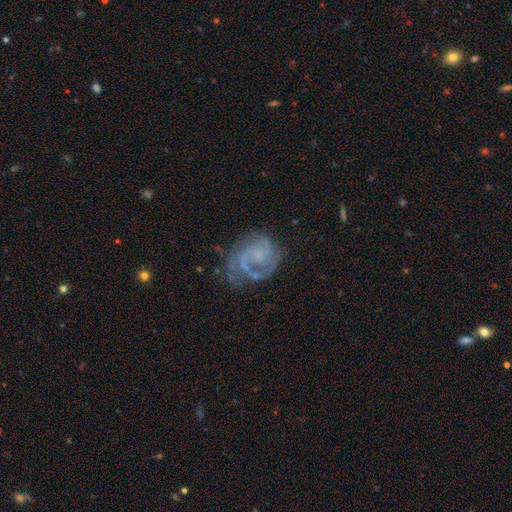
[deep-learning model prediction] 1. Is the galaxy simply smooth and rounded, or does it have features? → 77% featured or disk, 14% smooth, 9% star or artifact.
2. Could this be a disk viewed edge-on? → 98% no, 2% yes.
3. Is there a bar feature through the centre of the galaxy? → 64% no, 30% weak, 6% strong.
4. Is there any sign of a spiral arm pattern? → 88% yes, 12% no.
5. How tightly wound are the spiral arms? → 42% medium, 38% tight, 19% loose.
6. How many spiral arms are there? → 47% 2, 20% 1, 18% can't tell, 9% 3, 3% 4, 3% more than 4.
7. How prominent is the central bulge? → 56% none, 28% small, 12% moderate, 3% large, 1% dominant.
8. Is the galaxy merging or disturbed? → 53% none, 22% major disturbance, 22% minor disturbance, 3% merger.